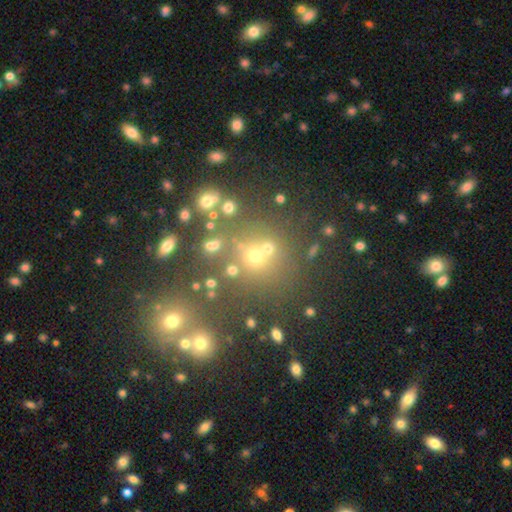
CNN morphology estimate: Smooth or featured: smooth — 55% (star or artifact — 31%)
How rounded: round — 84% (in between — 14%)
Merging: none — 64% (merger — 20%)